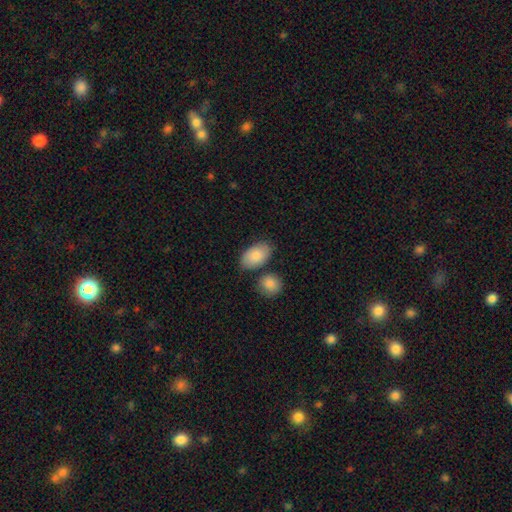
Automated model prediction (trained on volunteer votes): Smooth or featured? Predicted: smooth (p=0.85). How rounded? Predicted: in between (p=0.93). Merging? Predicted: none (p=0.71).